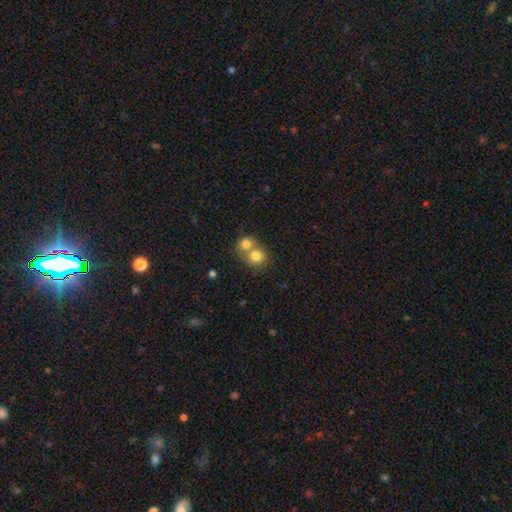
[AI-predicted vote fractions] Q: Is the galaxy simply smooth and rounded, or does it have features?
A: smooth — 77%.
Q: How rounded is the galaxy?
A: round — 79%.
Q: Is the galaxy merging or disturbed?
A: merger — 62%.